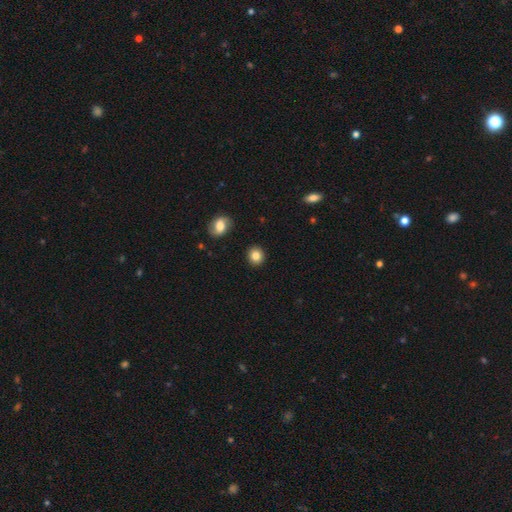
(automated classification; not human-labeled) Smooth or featured: smooth — 84% (star or artifact — 9%)
How rounded: round — 83% (in between — 16%)
Merging: none — 90% (minor disturbance — 6%)